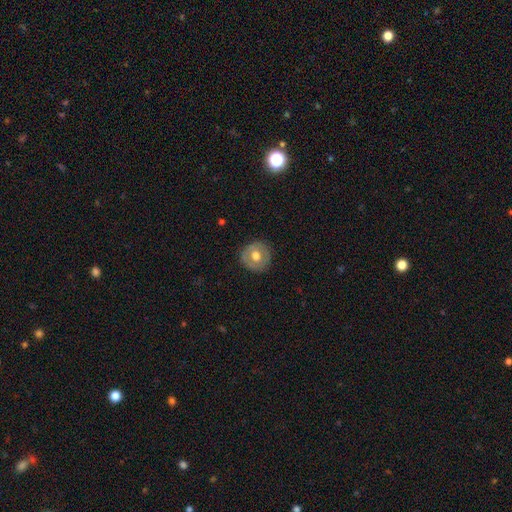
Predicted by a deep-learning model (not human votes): Q: Smooth or featured?
A: smooth (56%); runner-up: featured or disk (37%)
Q: How rounded?
A: round (92%); runner-up: in between (7%)
Q: Merging?
A: none (86%); runner-up: minor disturbance (10%)